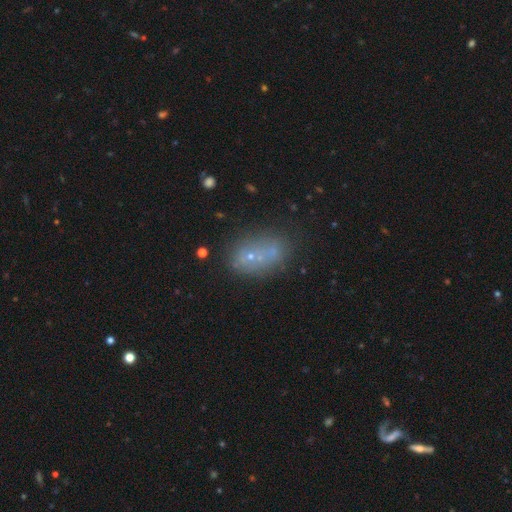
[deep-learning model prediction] Smooth or featured? smooth (48%)
Merging? none (43%)